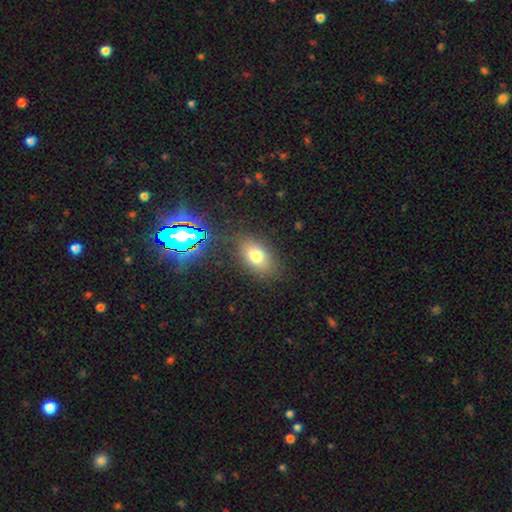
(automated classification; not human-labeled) This appears to be a smooth galaxy with no disk features (73%) that is in between round and cigar-shaped (83%). Merging: none (81%).